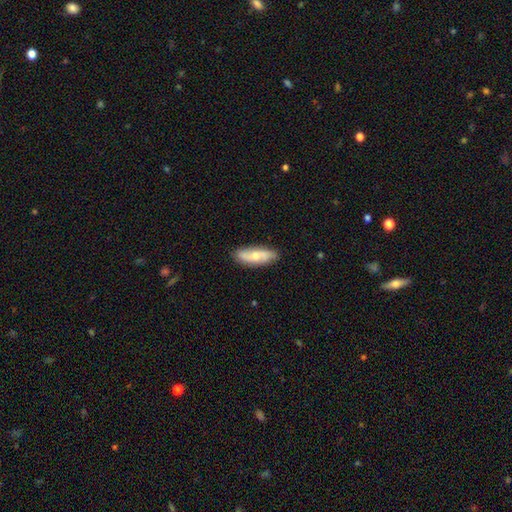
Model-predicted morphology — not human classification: Overall: smooth (50%; featured or disk 44%). How rounded: in between (65%; cigar-shaped 32%). Merging: none (83%).